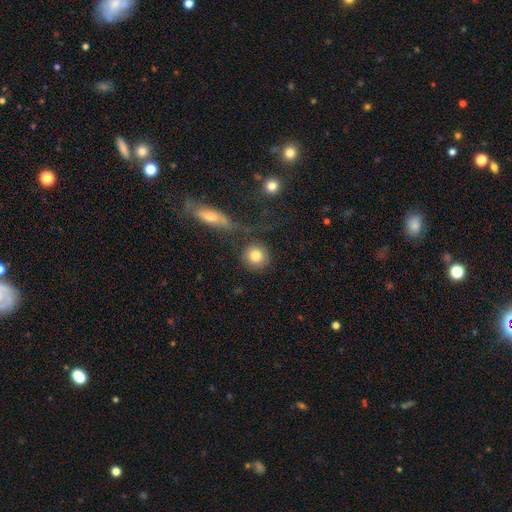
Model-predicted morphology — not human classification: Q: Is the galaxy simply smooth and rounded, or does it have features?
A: smooth — 80%.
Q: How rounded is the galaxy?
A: round — 91%.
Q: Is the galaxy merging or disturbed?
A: none — 75%.